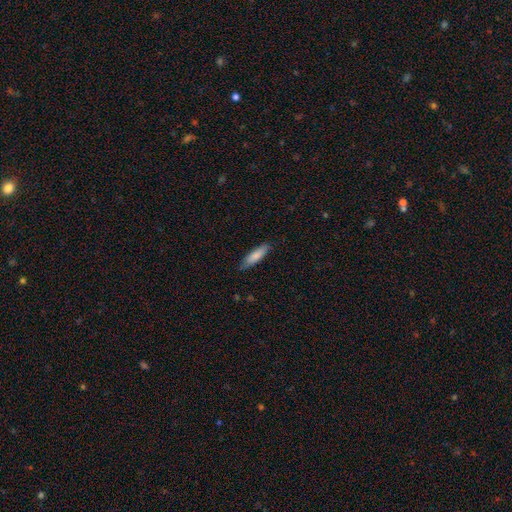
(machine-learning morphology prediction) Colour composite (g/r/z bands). It shows a smooth galaxy with no disk features (83%) that is cigar-shaped (58%). Merging: none (82%).